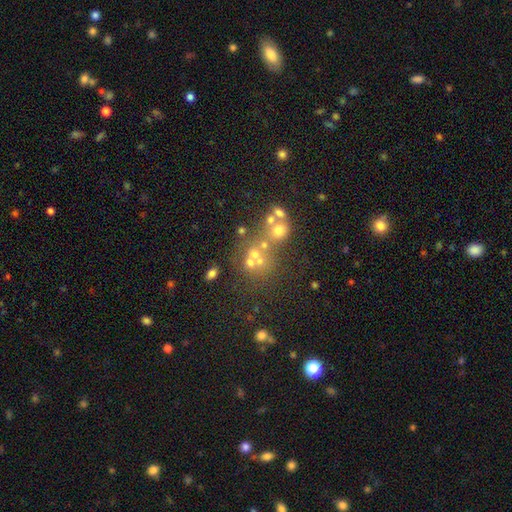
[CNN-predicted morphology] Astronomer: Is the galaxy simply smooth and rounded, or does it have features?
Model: smooth — 42% (runner-up: star or artifact, 30%).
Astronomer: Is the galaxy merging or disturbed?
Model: none — 44% (runner-up: merger, 37%).